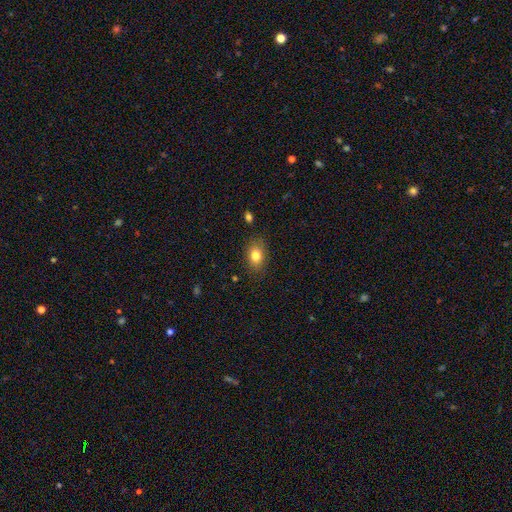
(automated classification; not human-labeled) smooth 81%, featured or disk 10%, star or artifact 10%. Down the decision tree: how rounded — in between (73%); merging — none (83%).